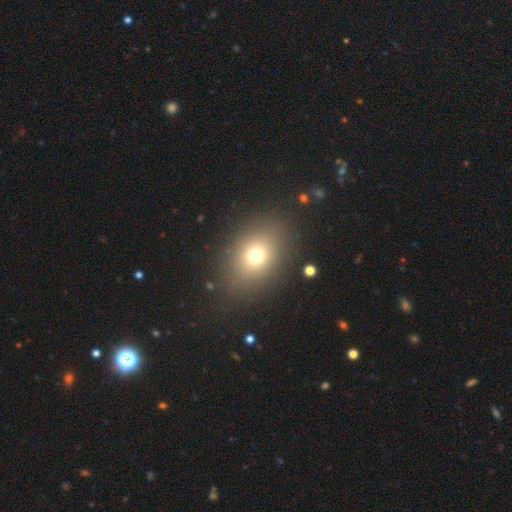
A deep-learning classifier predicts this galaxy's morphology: This appears to be a smooth galaxy with no disk features (70%) that is in between round and cigar-shaped (57%). Merging: none (84%).